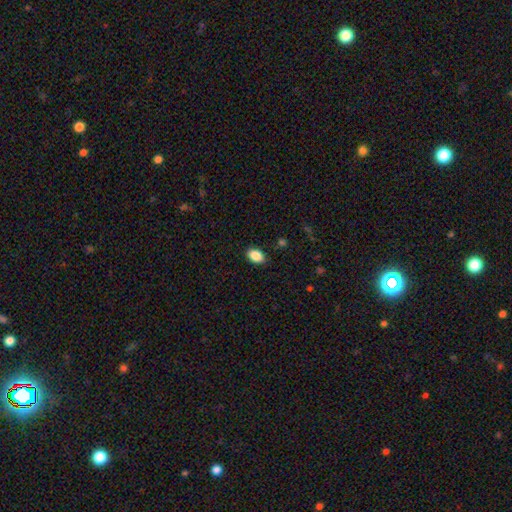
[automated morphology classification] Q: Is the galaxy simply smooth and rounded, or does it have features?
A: smooth — 88%.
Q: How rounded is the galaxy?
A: in between — 88%.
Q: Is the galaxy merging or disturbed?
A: none — 88%.